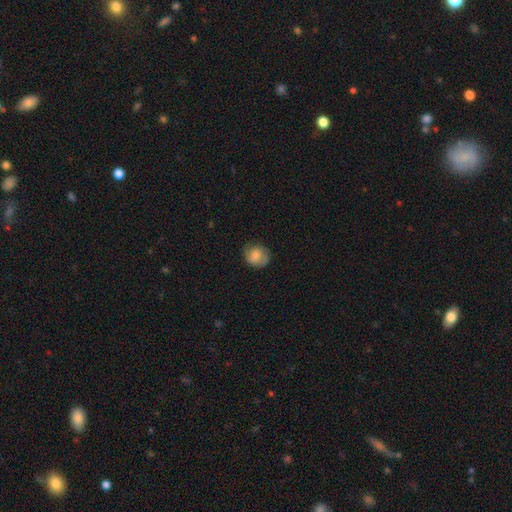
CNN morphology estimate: smooth_or_featured: smooth (p=0.74) [alt: featured or disk p=0.18]
how_rounded: round (p=0.74) [alt: in between p=0.25]
merging: none (p=0.73) [alt: minor disturbance p=0.21]